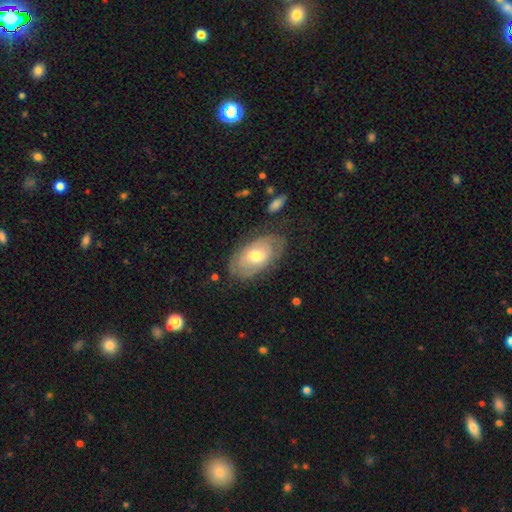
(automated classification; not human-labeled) featured or disk 58%, smooth 36%, star or artifact 6%. Down the decision tree: edge-on disk — no (92%); bar — no (63%); spiral arms — yes (68%); bulge size — moderate (69%); merging — none (71%).